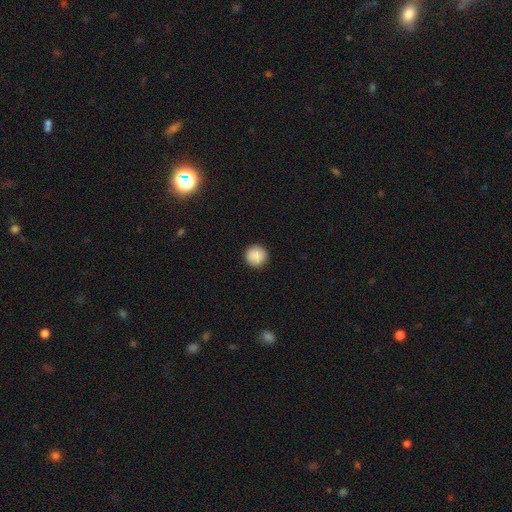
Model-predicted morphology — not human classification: Smooth or featured: smooth — 89% (star or artifact — 8%)
How rounded: round — 96% (in between — 3%)
Merging: none — 93% (minor disturbance — 5%)